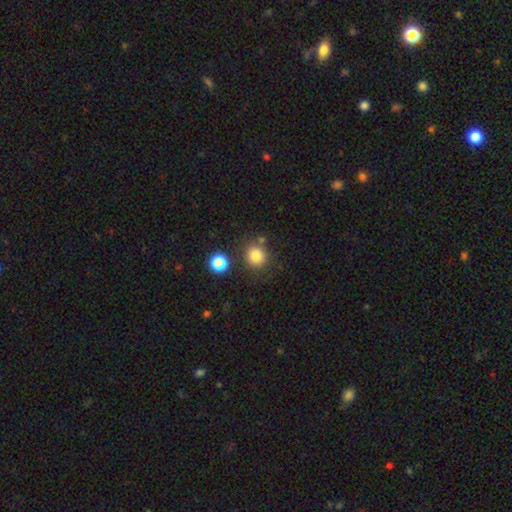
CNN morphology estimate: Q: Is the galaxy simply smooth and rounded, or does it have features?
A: smooth — 82%.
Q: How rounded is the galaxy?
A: round — 88%.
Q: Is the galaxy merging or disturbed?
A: none — 77%.